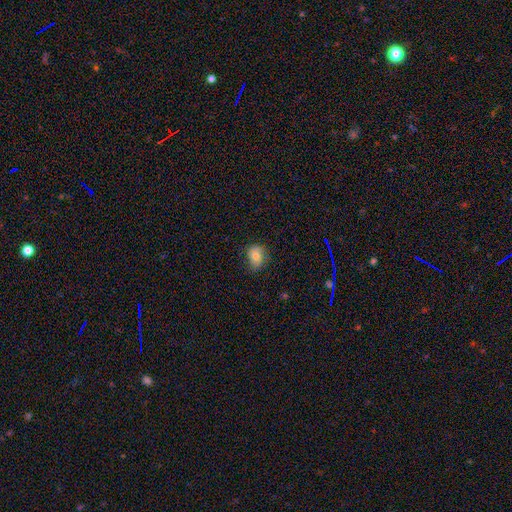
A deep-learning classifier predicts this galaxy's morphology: Smooth or featured? smooth (79%)
How rounded? in between (58%)
Merging? none (73%)